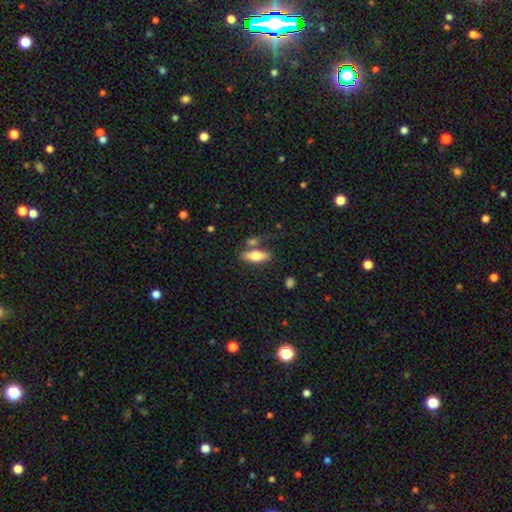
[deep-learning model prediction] smooth_or_featured: smooth (p=0.69) [alt: featured or disk p=0.25]
how_rounded: in between (p=0.66) [alt: cigar-shaped p=0.31]
merging: none (p=0.63) [alt: merger p=0.18]